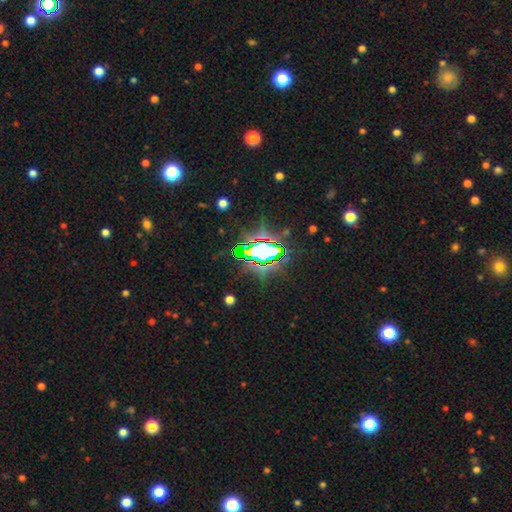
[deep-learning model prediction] Smooth or featured? Predicted: star or artifact (p=0.77).